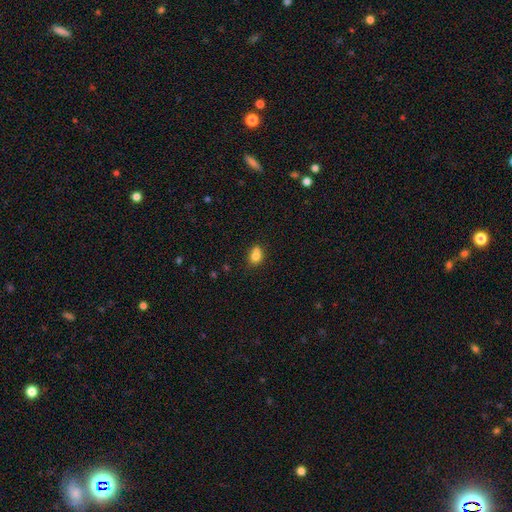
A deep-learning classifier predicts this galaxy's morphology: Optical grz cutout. It shows a smooth galaxy with no disk features (75%) that is round (63%). Merging: merger (47%).